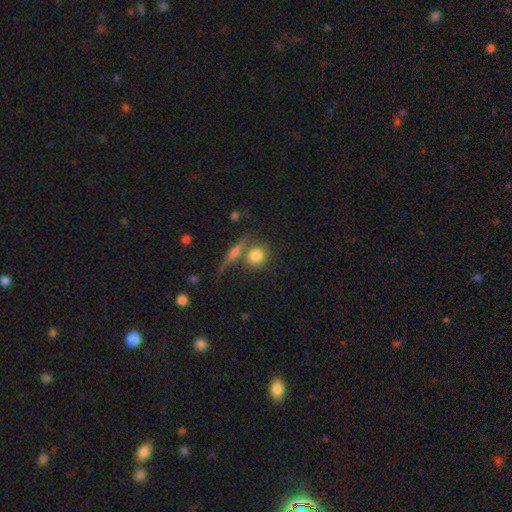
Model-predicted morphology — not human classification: Smooth or featured? Predicted: smooth (p=0.78). How rounded? Predicted: round (p=0.85). Merging? Predicted: none (p=0.62).